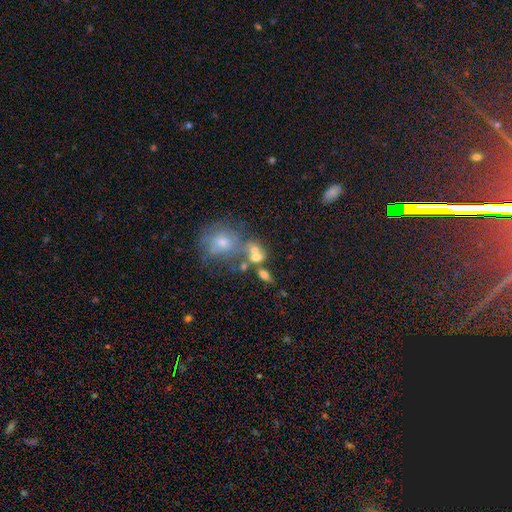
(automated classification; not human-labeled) Overall: smooth (58%; featured or disk 25%). How rounded: in between (51%; round 44%). Merging: merger (43%; none 35%).